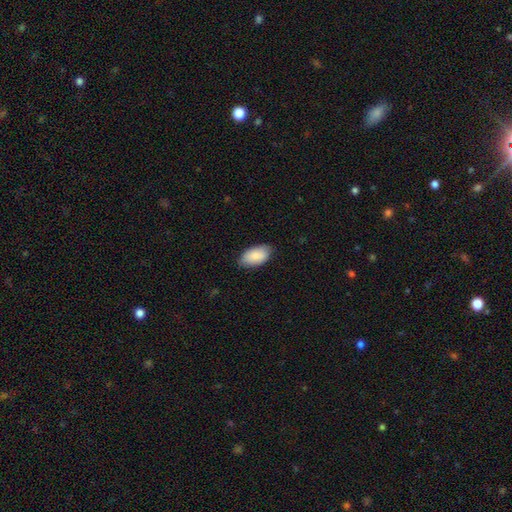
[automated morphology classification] Q: Smooth or featured?
A: smooth (86%); runner-up: featured or disk (8%)
Q: How rounded?
A: in between (95%); runner-up: round (3%)
Q: Merging?
A: none (80%); runner-up: minor disturbance (17%)